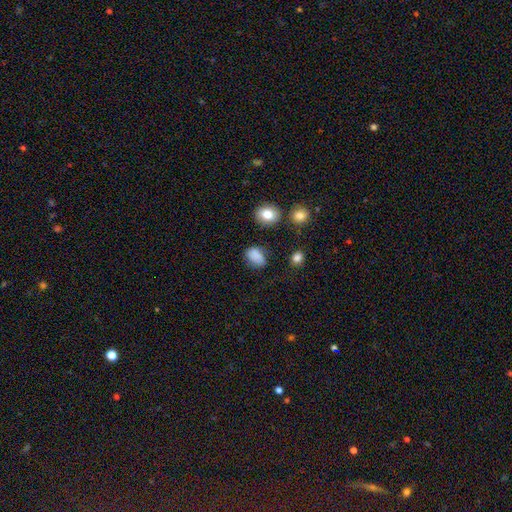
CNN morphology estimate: Smooth or featured?
  - smooth: 82% *
  - star or artifact: 11%
  - featured or disk: 6%
How rounded?
  - in between: 81% *
  - round: 17%
  - cigar-shaped: 2%
Merging?
  - none: 66% *
  - minor disturbance: 23%
  - major disturbance: 7%
  - merger: 4%